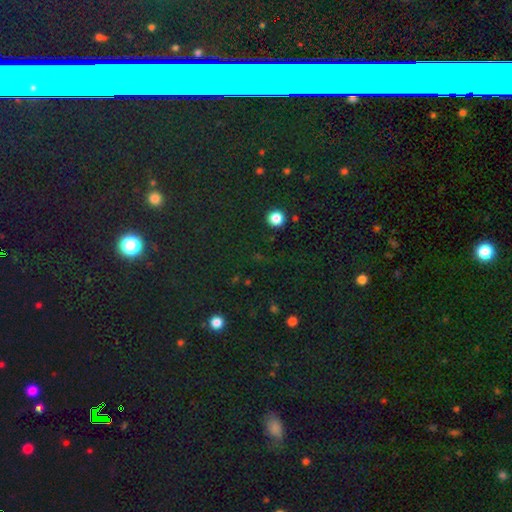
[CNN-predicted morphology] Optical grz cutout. It shows a star or artifact, not a galaxy (68%).